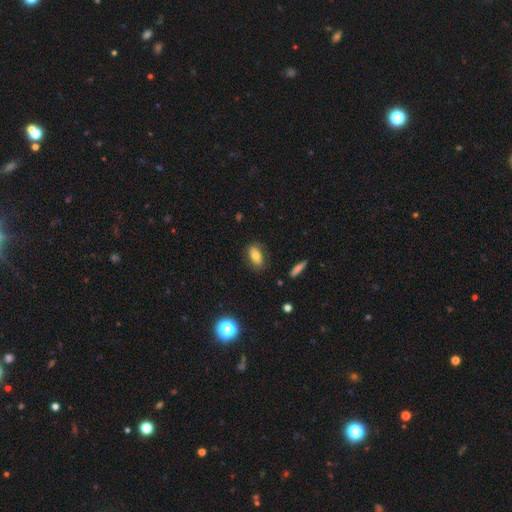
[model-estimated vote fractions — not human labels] smooth-or-featured: smooth: 72% | featured or disk: 19% | star or artifact: 9%
  how-rounded: in between: 86% | cigar-shaped: 7% | round: 7%
  merging: none: 81% | minor disturbance: 14% | major disturbance: 4% | merger: 2%